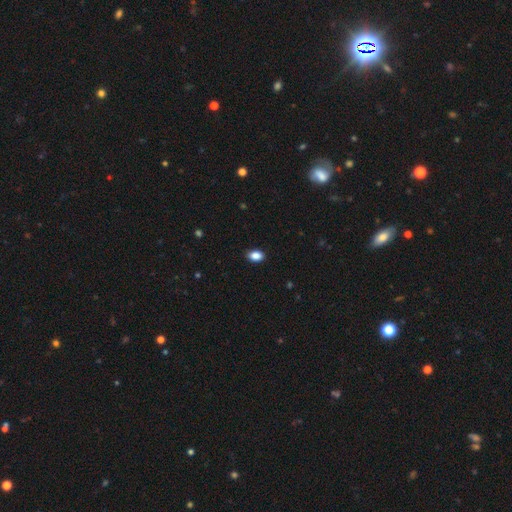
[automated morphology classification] Q: Smooth or featured?
A: smooth (88%); runner-up: star or artifact (8%)
Q: How rounded?
A: in between (88%); runner-up: round (10%)
Q: Merging?
A: none (88%); runner-up: minor disturbance (9%)